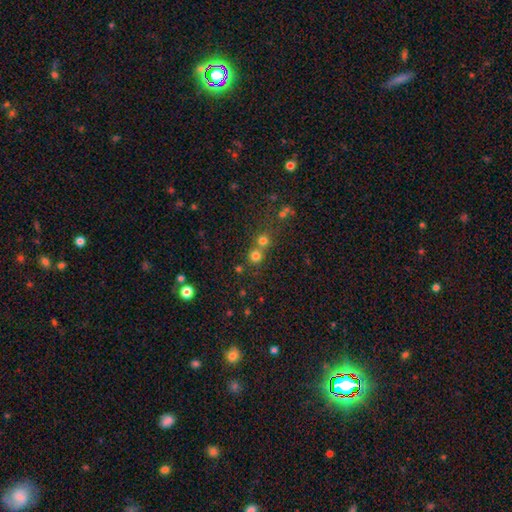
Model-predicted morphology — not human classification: Smooth or featured: smooth — 74% (star or artifact — 19%)
How rounded: round — 92% (in between — 7%)
Merging: none — 58% (merger — 35%)